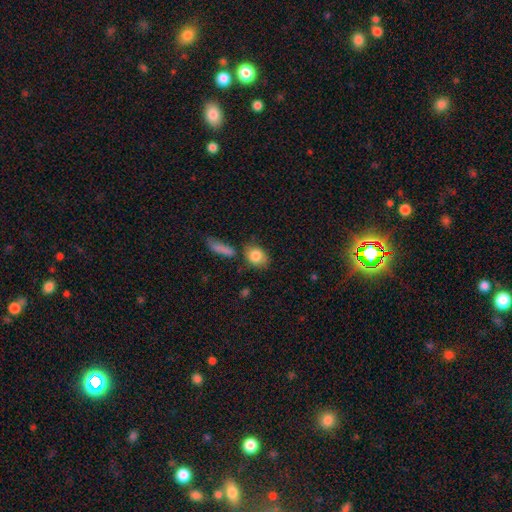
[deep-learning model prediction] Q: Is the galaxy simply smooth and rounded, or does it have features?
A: smooth — 83%.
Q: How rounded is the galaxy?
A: in between — 63%.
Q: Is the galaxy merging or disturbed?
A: none — 66%.